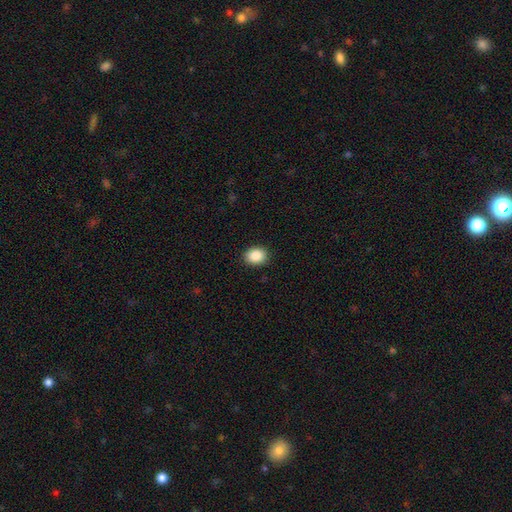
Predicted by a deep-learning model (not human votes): A smooth galaxy with no disk features (88%) that is in between round and cigar-shaped (54%).

Vote fractions:
- Smooth or featured? smooth: 88% / star or artifact: 8% / featured or disk: 3%
- How rounded? in between: 54% / round: 45% / cigar-shaped: 1%
- Merging? none: 90% / minor disturbance: 7% / major disturbance: 2% / merger: 1%